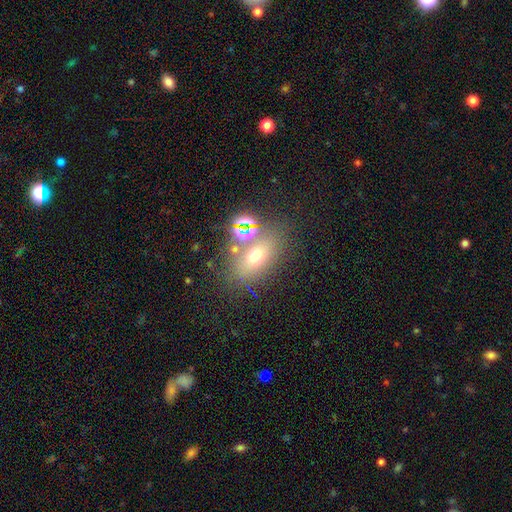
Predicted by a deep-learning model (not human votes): The model was most divided on "smooth or featured": smooth: 57%, star or artifact: 25%, featured or disk: 18%. More confident: how rounded — in between (68%); merging — none (66%).